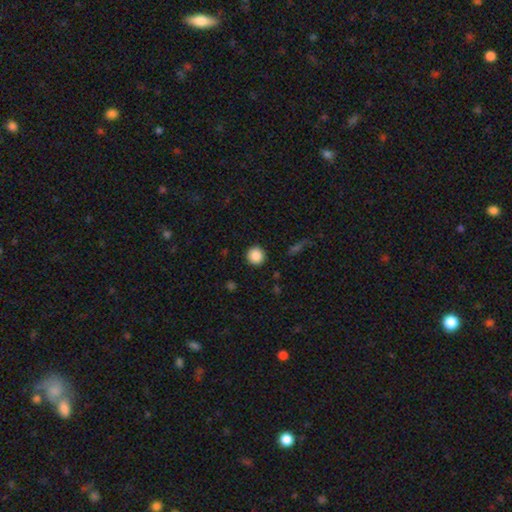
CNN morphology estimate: type=smooth (88%); roundness=round (93%); merging=none (92%).